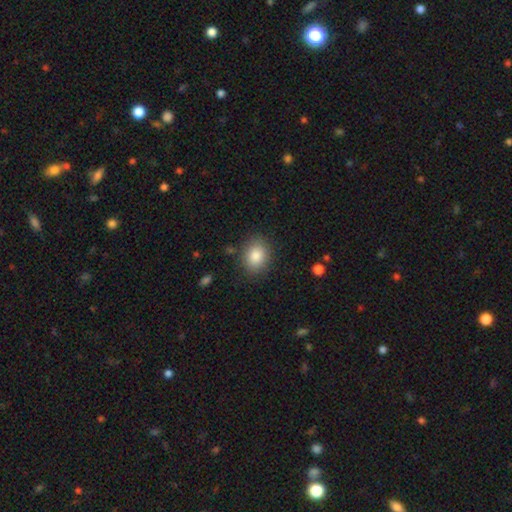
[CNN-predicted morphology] Smooth or featured: smooth — 85% (star or artifact — 8%)
How rounded: in between — 56% (round — 43%)
Merging: none — 84% (minor disturbance — 11%)